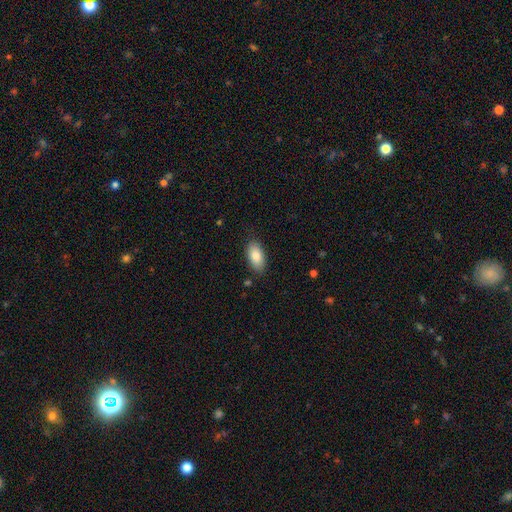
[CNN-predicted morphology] smooth 84%, featured or disk 9%, star or artifact 7%. Down the decision tree: how rounded — in between (92%); merging — none (84%).